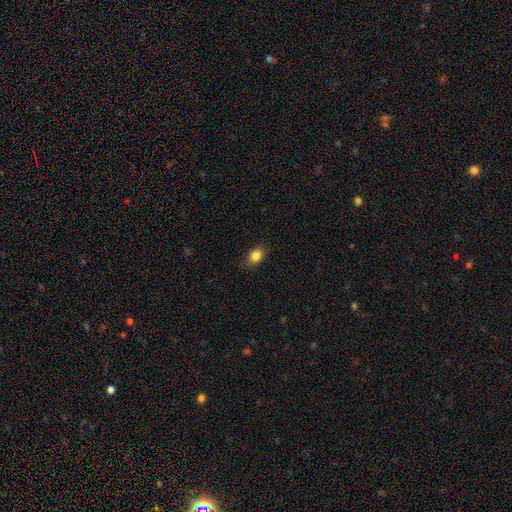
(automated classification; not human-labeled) Overall: smooth (84%). How rounded: in between (72%). Merging: none (85%).